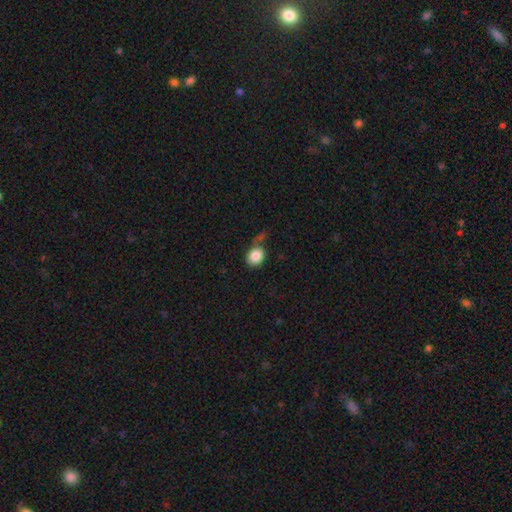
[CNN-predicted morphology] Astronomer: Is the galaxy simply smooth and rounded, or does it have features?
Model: smooth — 85%.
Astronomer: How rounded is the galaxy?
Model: round — 65%.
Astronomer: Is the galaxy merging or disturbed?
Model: none — 54%.